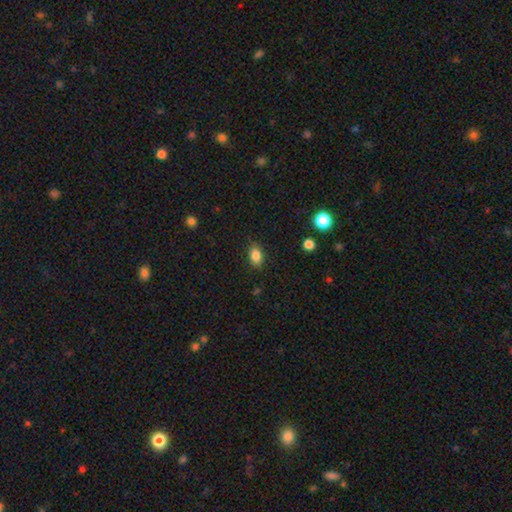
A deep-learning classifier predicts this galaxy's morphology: Smooth or featured?
  - smooth: 85% *
  - star or artifact: 9%
  - featured or disk: 6%
How rounded?
  - in between: 84% *
  - round: 14%
  - cigar-shaped: 3%
Merging?
  - none: 85% *
  - minor disturbance: 11%
  - major disturbance: 3%
  - merger: 1%